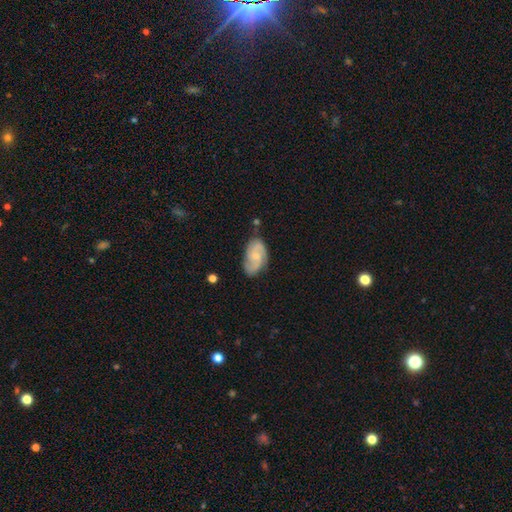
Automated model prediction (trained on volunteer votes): A featured or disk galaxy (73%) with no bar (61%), 2 (62%) medium (48%) spiral arms (95%) and a small central bulge (61%). Merging: none (70%).